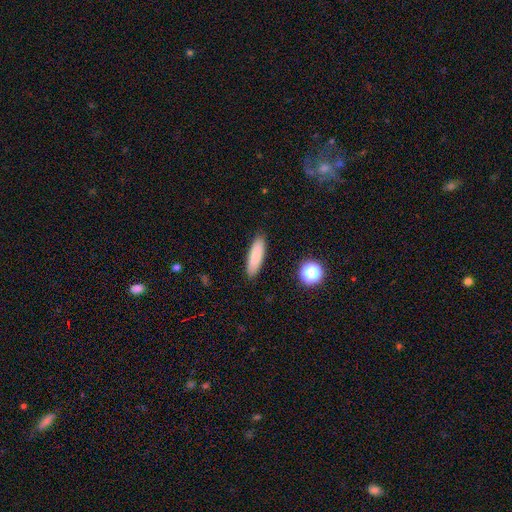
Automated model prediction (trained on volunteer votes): Smooth or featured?
  - smooth: 82% *
  - featured or disk: 10%
  - star or artifact: 8%
How rounded?
  - cigar-shaped: 55% *
  - in between: 43%
  - round: 2%
Merging?
  - none: 89% *
  - minor disturbance: 8%
  - major disturbance: 2%
  - merger: 1%